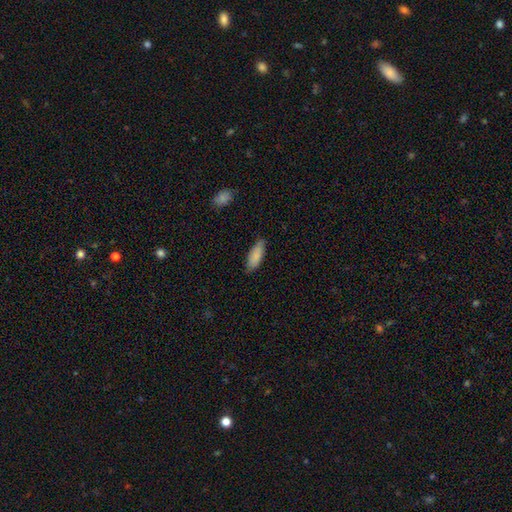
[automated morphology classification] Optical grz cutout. It shows a smooth galaxy with no disk features (87%) that is in between round and cigar-shaped (70%). Merging: none (79%).